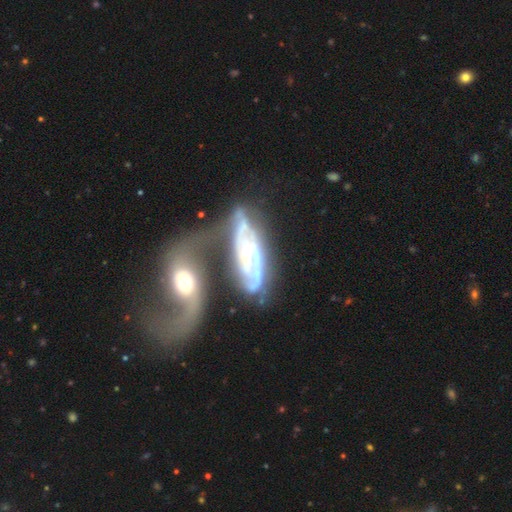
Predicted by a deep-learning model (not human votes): A featured or disk galaxy (79%) with no bar (59%), spiral arms (74%) and a small central bulge (51%).

Vote fractions:
- Smooth or featured? featured or disk: 79% / smooth: 14% / star or artifact: 7%
- Edge-on disk? no: 85% / yes: 15%
- Bar? no: 59% / weak: 26% / strong: 15%
- Spiral arms? yes: 74% / no: 26%
- Bulge size? small: 51% / moderate: 38% / none: 6% / large: 4% / dominant: 2%
- Merging? merger: 35% / major disturbance: 26% / none: 22% / minor disturbance: 17%